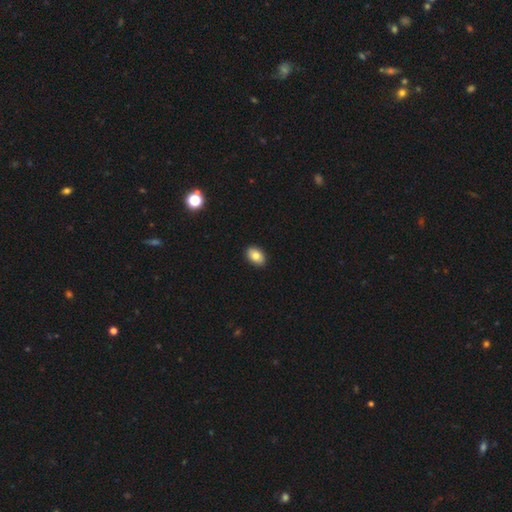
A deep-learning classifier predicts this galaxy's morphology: The model was most divided on "smooth or featured": smooth: 82%, featured or disk: 10%, star or artifact: 8%. More confident: merging — none (90%); how rounded — in between (89%).